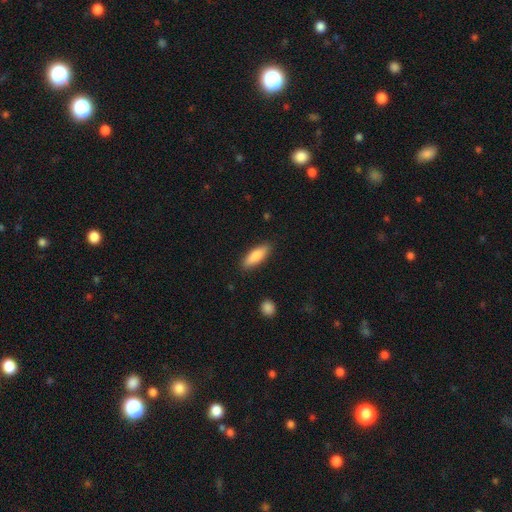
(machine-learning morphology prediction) Q: Smooth or featured?
A: smooth (82%); runner-up: featured or disk (12%)
Q: How rounded?
A: in between (56%); runner-up: cigar-shaped (42%)
Q: Merging?
A: none (87%); runner-up: minor disturbance (9%)